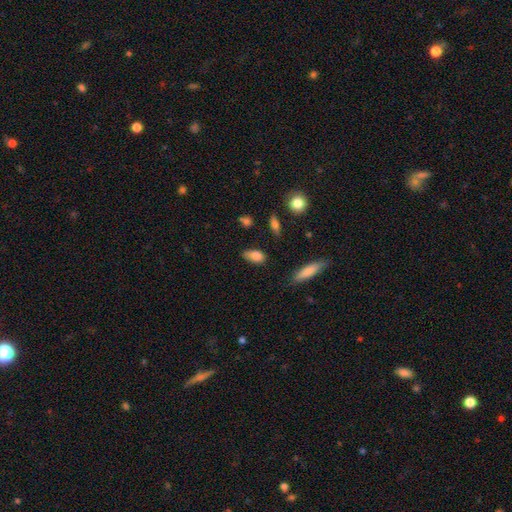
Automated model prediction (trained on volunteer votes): Smooth or featured?
  - smooth: 83% *
  - featured or disk: 9%
  - star or artifact: 8%
How rounded?
  - in between: 88% *
  - cigar-shaped: 7%
  - round: 6%
Merging?
  - none: 69% *
  - minor disturbance: 23%
  - major disturbance: 5%
  - merger: 3%